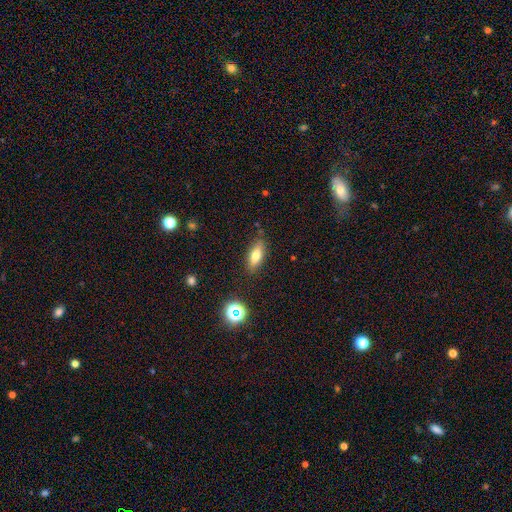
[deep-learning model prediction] This is likely a smooth galaxy (73%). How rounded: likely in between (71%). Merging: clearly none (82%).